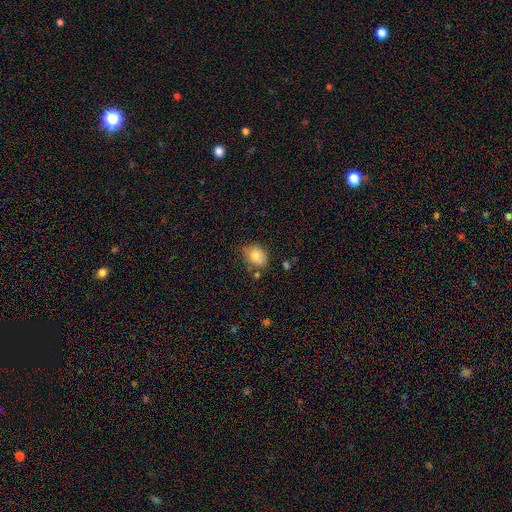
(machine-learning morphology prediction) This appears to be a smooth galaxy with no disk features (80%) that is in between round and cigar-shaped (64%). Merging: none (65%).